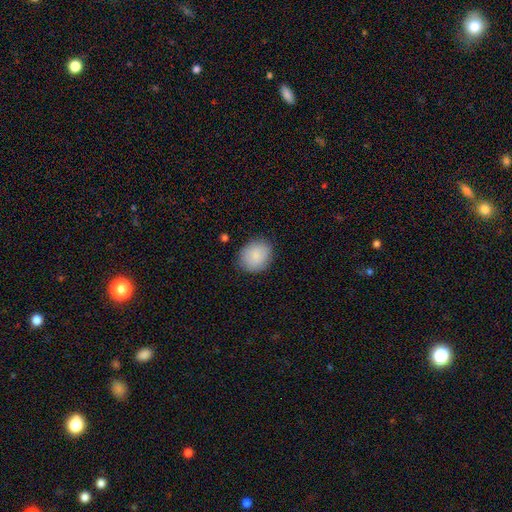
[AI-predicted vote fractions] This appears to be a smooth galaxy with no disk features (87%) that is round (68%). Merging: none (85%).